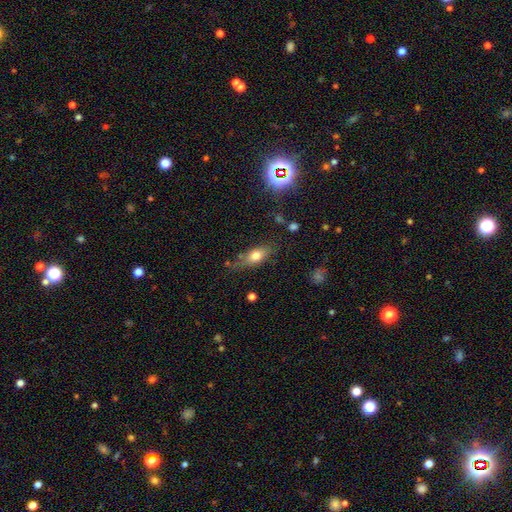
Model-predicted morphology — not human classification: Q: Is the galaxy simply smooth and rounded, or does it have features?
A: smooth — 70%.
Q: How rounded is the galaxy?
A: in between — 74%.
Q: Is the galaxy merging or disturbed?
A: none — 64%.